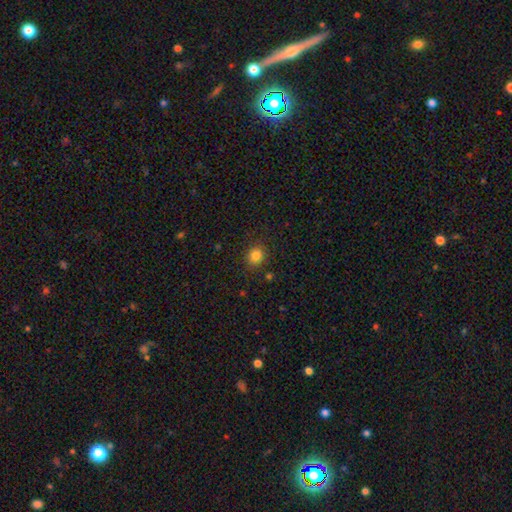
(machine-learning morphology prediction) smooth 83%, star or artifact 12%, featured or disk 5%. Down the decision tree: how rounded — round (73%); merging — none (87%).